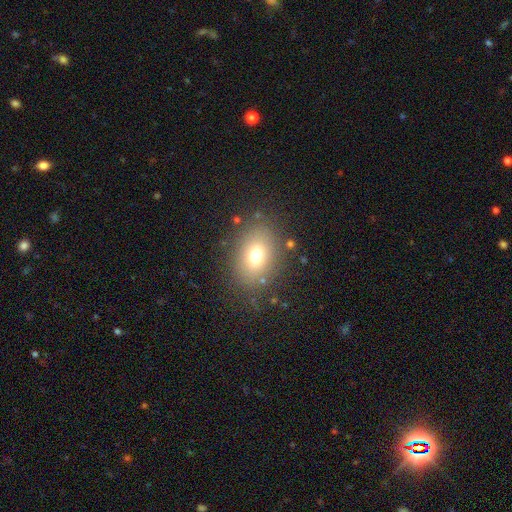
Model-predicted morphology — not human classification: Smooth or featured? smooth (72%)
How rounded? in between (68%)
Merging? none (82%)